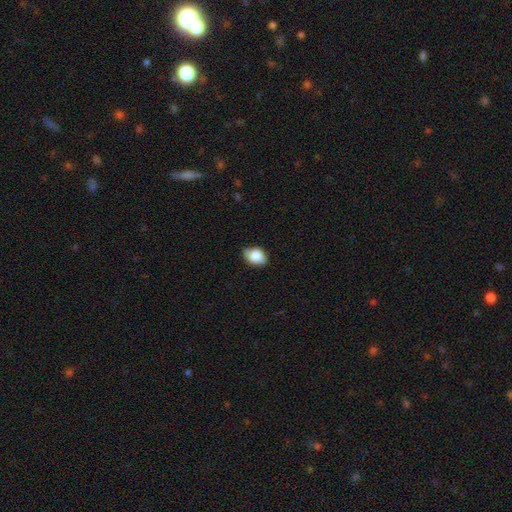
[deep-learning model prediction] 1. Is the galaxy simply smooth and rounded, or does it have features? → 74% smooth, 18% featured or disk, 9% star or artifact.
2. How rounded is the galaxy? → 73% in between, 25% round, 2% cigar-shaped.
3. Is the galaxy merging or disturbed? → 66% none, 27% minor disturbance, 5% major disturbance, 2% merger.